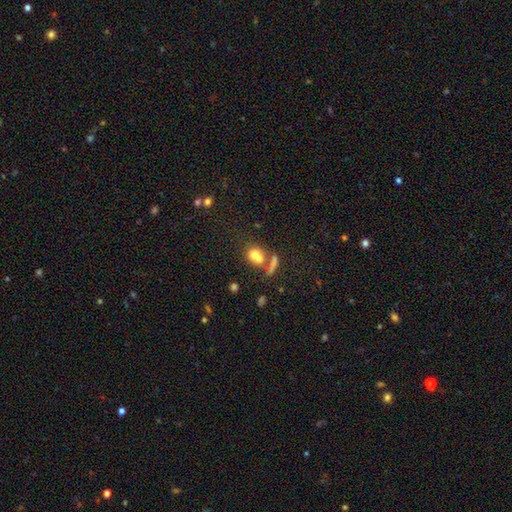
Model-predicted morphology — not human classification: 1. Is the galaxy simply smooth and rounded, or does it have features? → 73% smooth, 15% featured or disk, 12% star or artifact.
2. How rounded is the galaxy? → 50% in between, 45% round, 5% cigar-shaped.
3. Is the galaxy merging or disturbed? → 46% merger, 37% none, 10% minor disturbance, 7% major disturbance.